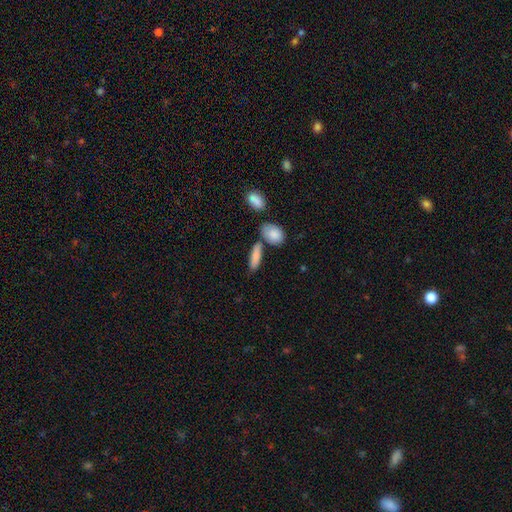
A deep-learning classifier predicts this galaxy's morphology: Smooth or featured?
  - smooth: 82% *
  - featured or disk: 12%
  - star or artifact: 7%
How rounded?
  - in between: 55% *
  - cigar-shaped: 41%
  - round: 4%
Merging?
  - none: 63% *
  - merger: 18%
  - minor disturbance: 14%
  - major disturbance: 4%